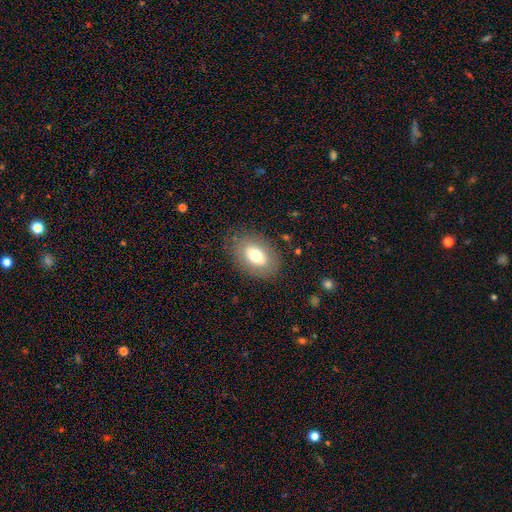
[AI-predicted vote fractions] Smooth or featured? Predicted: smooth (p=0.71). How rounded? Predicted: in between (p=0.82). Merging? Predicted: none (p=0.82).